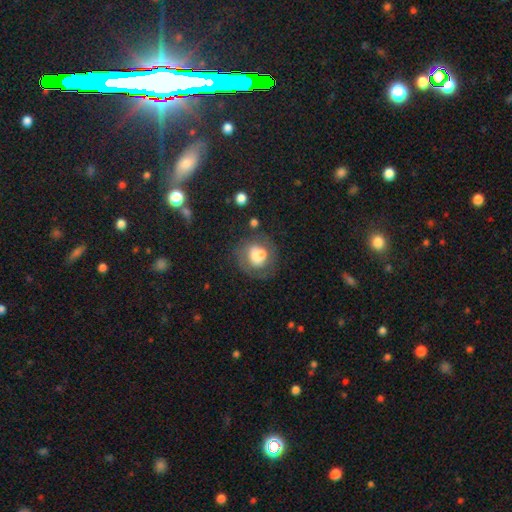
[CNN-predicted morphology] Smooth or featured: smooth — 55% (featured or disk — 34%)
How rounded: round — 72% (in between — 27%)
Merging: none — 45% (minor disturbance — 20%)